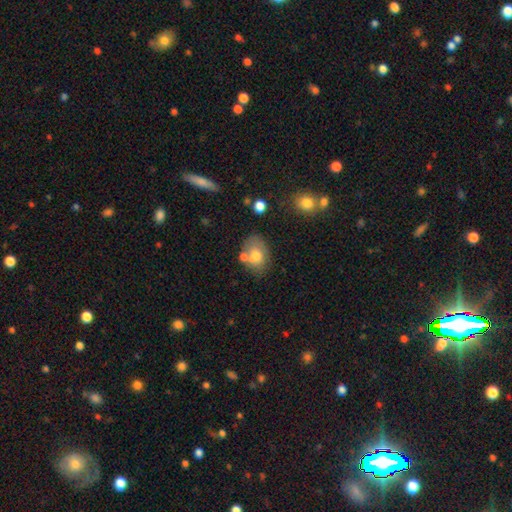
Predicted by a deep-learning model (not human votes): Smooth or featured: smooth — 72% (featured or disk — 19%)
How rounded: in between — 69% (round — 29%)
Merging: none — 58% (minor disturbance — 18%)